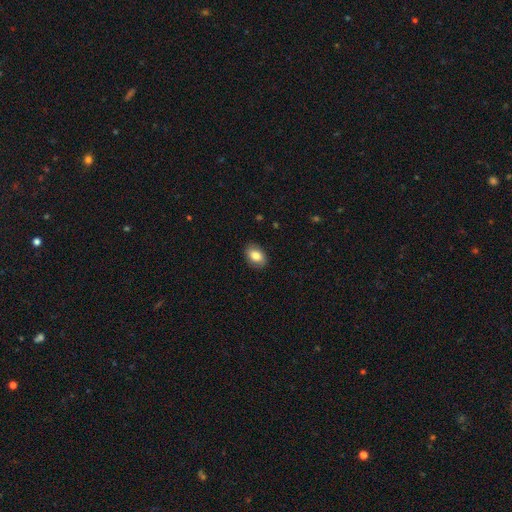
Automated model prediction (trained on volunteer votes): Morphology: type=smooth (83%); roundness=in between (83%); merging=none (87%).